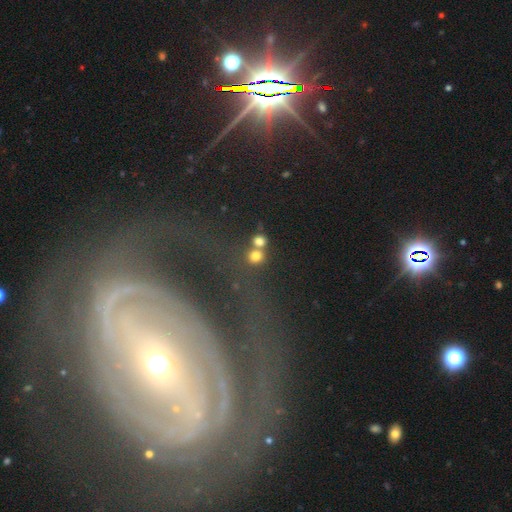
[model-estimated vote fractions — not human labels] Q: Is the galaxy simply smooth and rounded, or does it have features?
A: smooth — 74%.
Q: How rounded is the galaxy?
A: round — 87%.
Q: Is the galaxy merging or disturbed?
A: none — 54%.